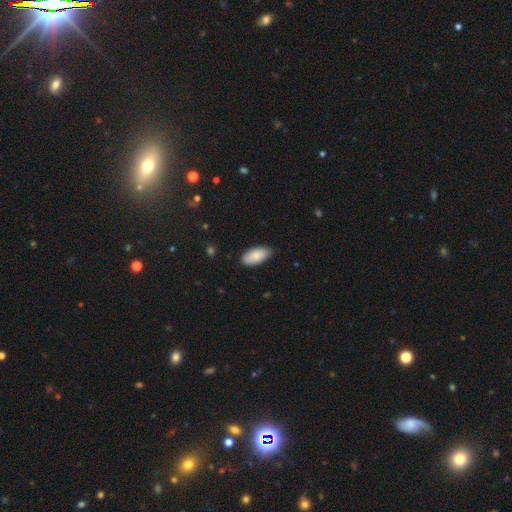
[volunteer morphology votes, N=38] smooth_or_featured: smooth (p=0.82) [alt: featured or disk p=0.16]
how_rounded: in between (p=0.94) [alt: cigar-shaped p=0.06]
merging: none (p=0.86) [alt: minor disturbance p=0.08]